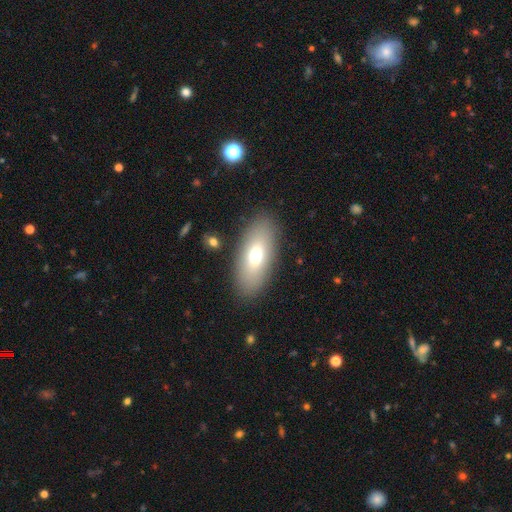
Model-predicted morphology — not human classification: Smooth or featured? Predicted: smooth (p=0.69). How rounded? Predicted: in between (p=0.87). Merging? Predicted: none (p=0.87).